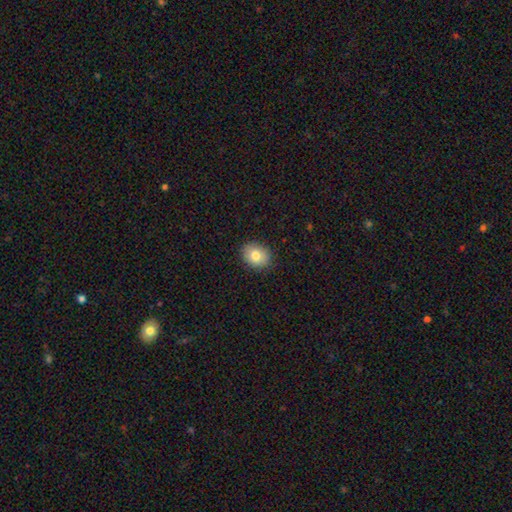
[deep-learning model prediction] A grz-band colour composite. It shows a smooth galaxy with no disk features (81%) that is in between round and cigar-shaped (55%). Merging: none (88%).